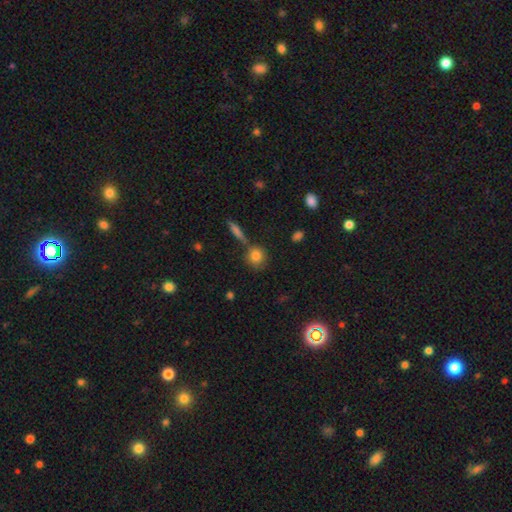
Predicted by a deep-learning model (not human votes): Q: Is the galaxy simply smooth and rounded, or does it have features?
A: smooth — 81%.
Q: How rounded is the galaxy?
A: round — 86%.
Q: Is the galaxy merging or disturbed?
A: none — 73%.